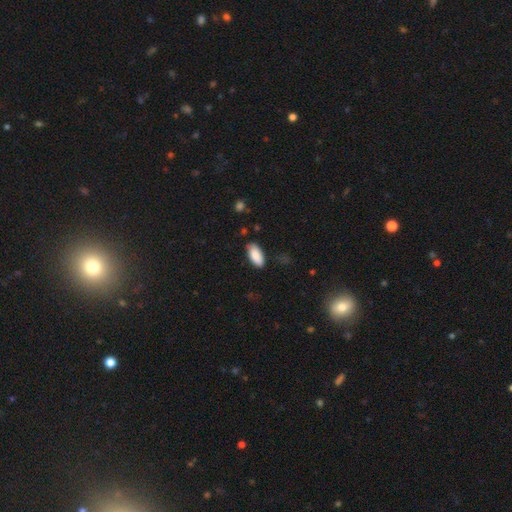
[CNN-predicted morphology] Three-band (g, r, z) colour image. It shows a smooth galaxy with no disk features (88%) that is in between round and cigar-shaped (89%). Merging: none (80%).